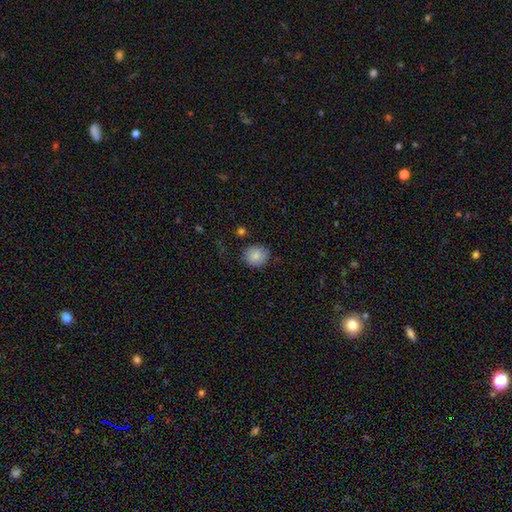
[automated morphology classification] type=smooth (84%); roundness=round (78%); merging=none (84%).